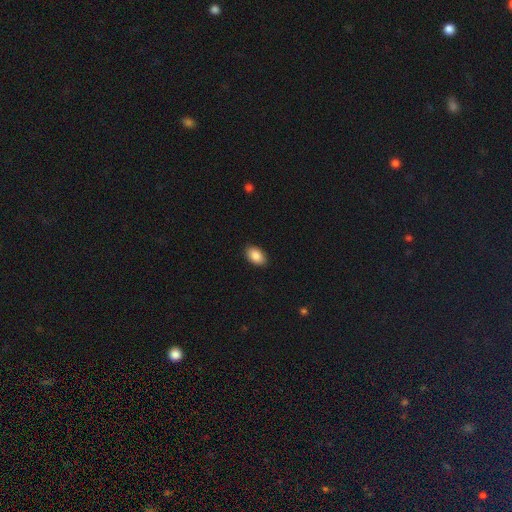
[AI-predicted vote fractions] Q: Smooth or featured?
A: smooth (88%); runner-up: star or artifact (7%)
Q: How rounded?
A: in between (91%); runner-up: round (8%)
Q: Merging?
A: none (89%); runner-up: minor disturbance (8%)